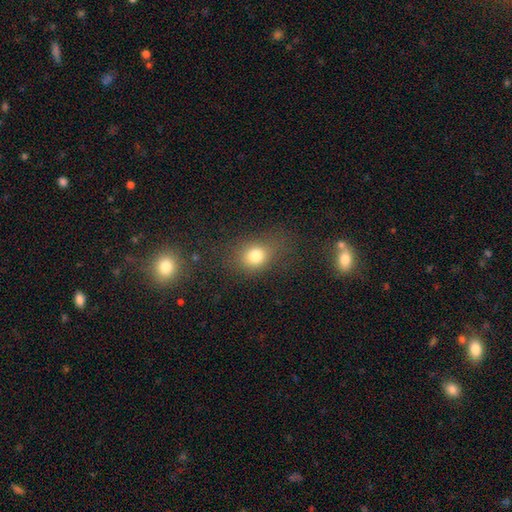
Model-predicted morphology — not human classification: smooth_or_featured: smooth (p=0.78) [alt: star or artifact p=0.14]
how_rounded: round (p=0.55) [alt: in between p=0.44]
merging: none (p=0.66) [alt: minor disturbance p=0.19]